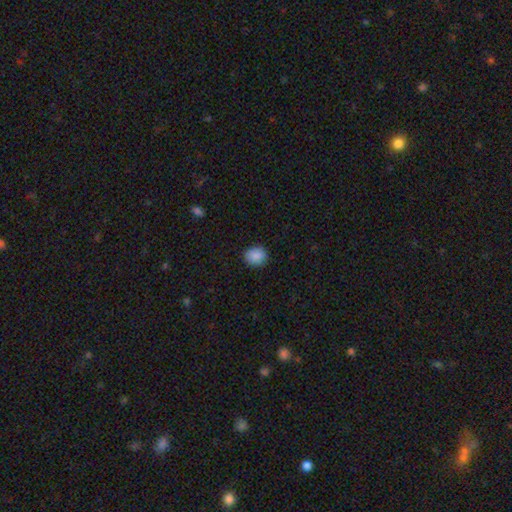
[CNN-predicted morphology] Smooth or featured?
  - smooth: 89% *
  - star or artifact: 8%
  - featured or disk: 3%
How rounded?
  - round: 76% *
  - in between: 23%
  - cigar-shaped: 1%
Merging?
  - none: 88% *
  - minor disturbance: 9%
  - major disturbance: 2%
  - merger: 1%